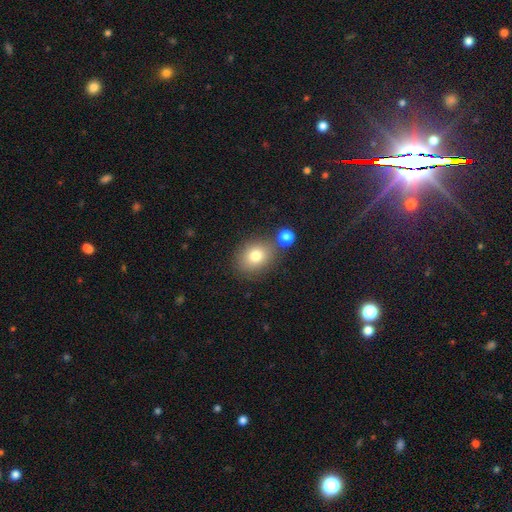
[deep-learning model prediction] smooth 78%, star or artifact 11%, featured or disk 11%. Down the decision tree: how rounded — in between (51%); merging — none (71%).